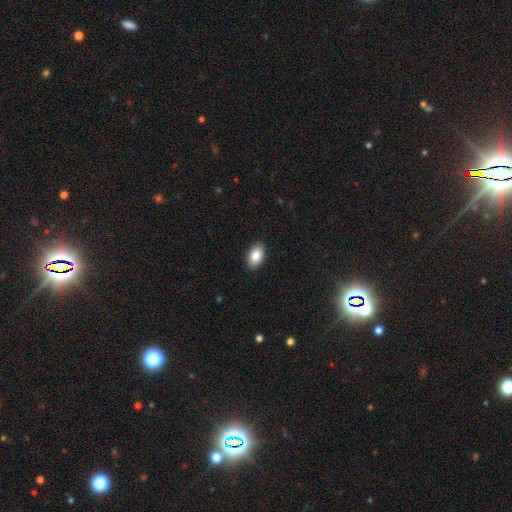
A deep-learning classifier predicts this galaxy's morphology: Overall: smooth (84%). How rounded: in between (92%). Merging: none (90%).